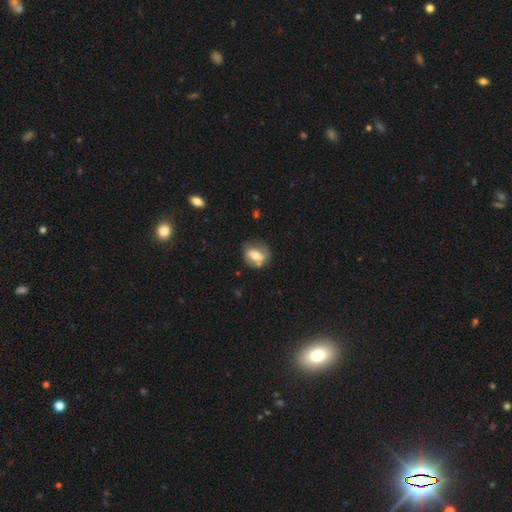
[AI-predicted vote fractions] smooth_or_featured: smooth (p=0.51) [alt: featured or disk p=0.41]
how_rounded: round (p=0.51) [alt: in between p=0.46]
merging: none (p=0.56) [alt: minor disturbance p=0.24]